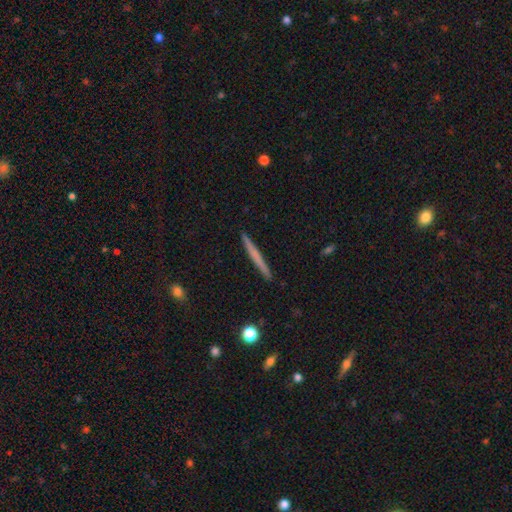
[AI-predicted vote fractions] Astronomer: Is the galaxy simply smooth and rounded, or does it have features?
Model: smooth — 54% (runner-up: featured or disk, 40%).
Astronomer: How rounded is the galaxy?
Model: cigar-shaped — 96%.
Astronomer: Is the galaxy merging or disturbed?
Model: none — 93%.